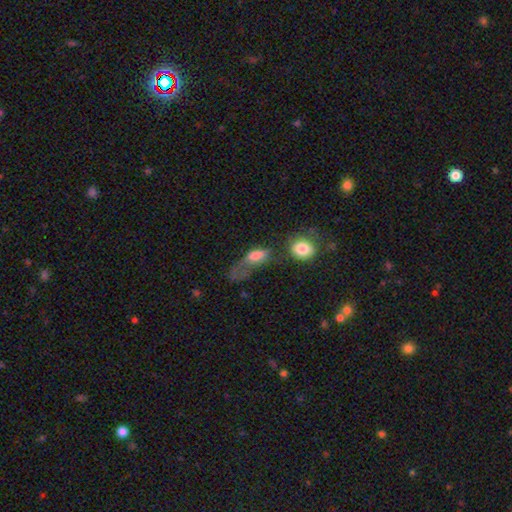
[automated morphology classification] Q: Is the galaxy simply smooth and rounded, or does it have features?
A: smooth — 72%.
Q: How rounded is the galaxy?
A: in between — 77%.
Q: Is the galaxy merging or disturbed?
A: major disturbance — 46%.